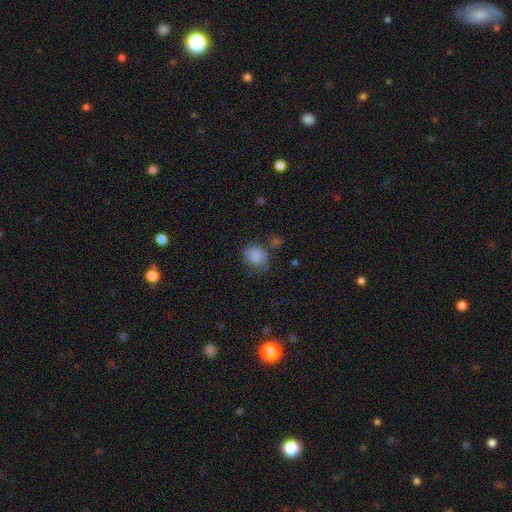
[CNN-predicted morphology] smooth-or-featured: smooth: 83% | star or artifact: 9% | featured or disk: 8%
  how-rounded: round: 57% | in between: 42% | cigar-shaped: 1%
  merging: none: 62% | minor disturbance: 24% | major disturbance: 8% | merger: 6%